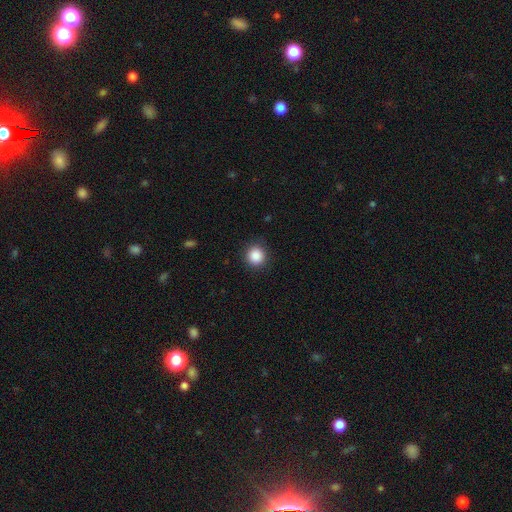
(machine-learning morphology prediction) A smooth galaxy with no disk features (87%) that is round (93%). Merging: none (90%).